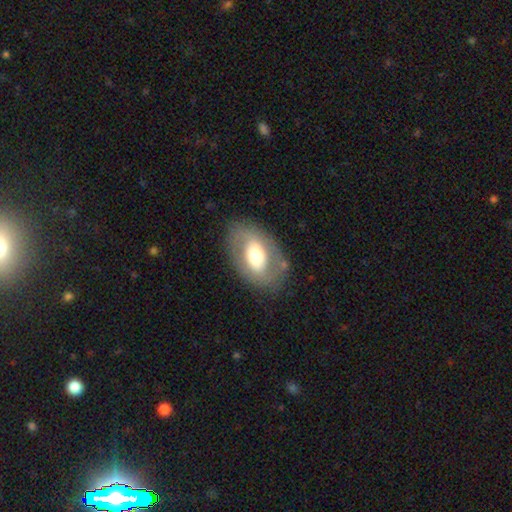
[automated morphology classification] smooth_or_featured: smooth (p=0.47) [alt: featured or disk p=0.46]
merging: none (p=0.77) [alt: minor disturbance p=0.14]